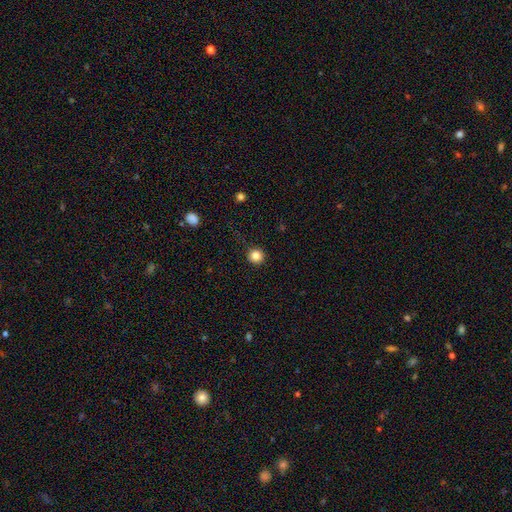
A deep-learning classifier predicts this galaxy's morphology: A smooth galaxy with no disk features (84%) that is round (95%). Merging: none (90%).